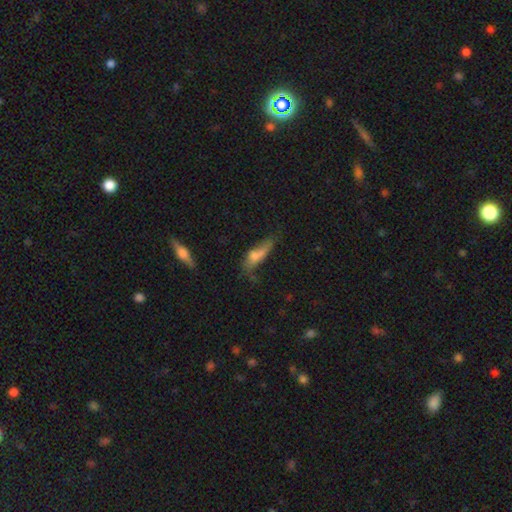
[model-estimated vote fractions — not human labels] Smooth or featured: smooth — 50% (featured or disk — 38%)
How rounded: cigar-shaped — 58% (in between — 38%)
Merging: none — 37% (minor disturbance — 27%)